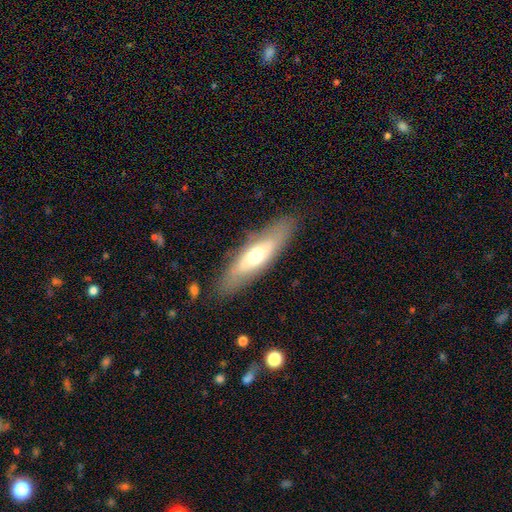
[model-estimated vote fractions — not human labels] Overall: smooth (48%; featured or disk 46%). Merging: none (83%).